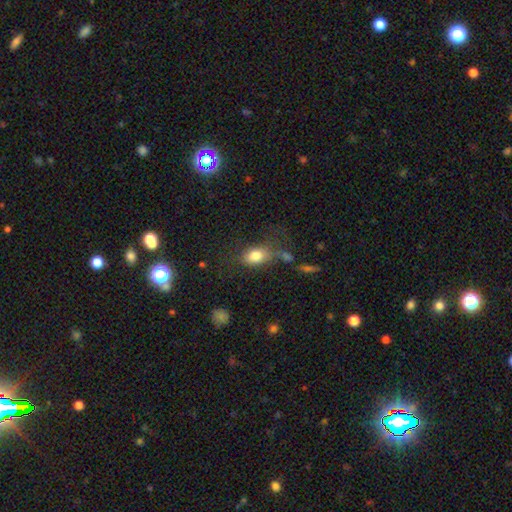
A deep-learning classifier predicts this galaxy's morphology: smooth 81%, featured or disk 10%, star or artifact 9%. Down the decision tree: how rounded — in between (83%); merging — none (58%).